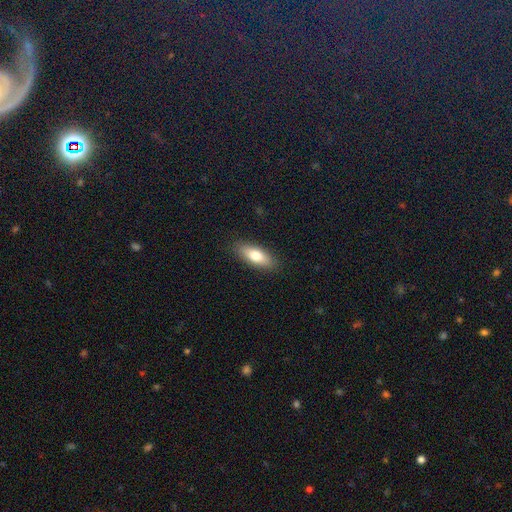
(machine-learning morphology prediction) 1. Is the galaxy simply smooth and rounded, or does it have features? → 75% smooth, 19% featured or disk, 6% star or artifact.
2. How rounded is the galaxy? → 68% in between, 30% cigar-shaped, 3% round.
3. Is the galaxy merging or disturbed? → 88% none, 9% minor disturbance, 2% major disturbance, 1% merger.